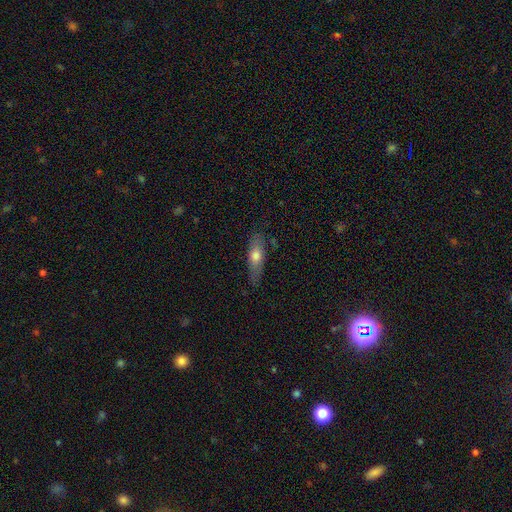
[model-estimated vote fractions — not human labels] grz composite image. It shows a smooth galaxy with no disk features (62%) that is in between round and cigar-shaped (52%). Merging: none (74%).